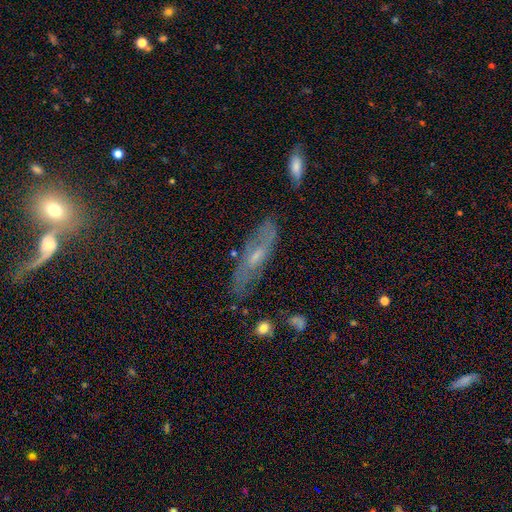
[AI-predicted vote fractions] Smooth or featured: featured or disk — 57% (smooth — 28%)
Edge-on disk: no — 65% (yes — 35%)
Merging: none — 75% (minor disturbance — 18%)